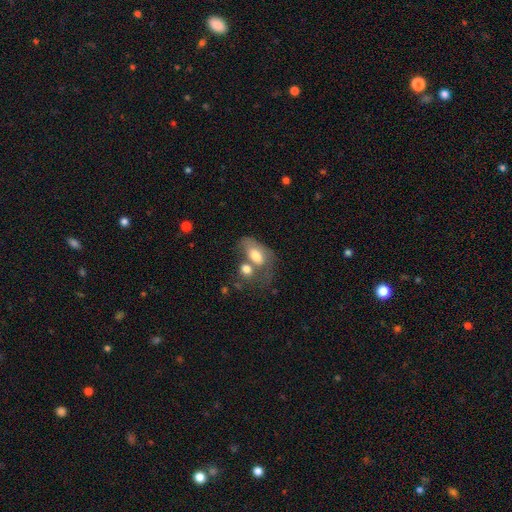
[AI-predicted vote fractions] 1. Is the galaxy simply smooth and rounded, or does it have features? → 67% smooth, 25% featured or disk, 7% star or artifact.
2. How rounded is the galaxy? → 86% in between, 11% round, 3% cigar-shaped.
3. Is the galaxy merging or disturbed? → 54% merger, 19% none, 14% major disturbance, 13% minor disturbance.